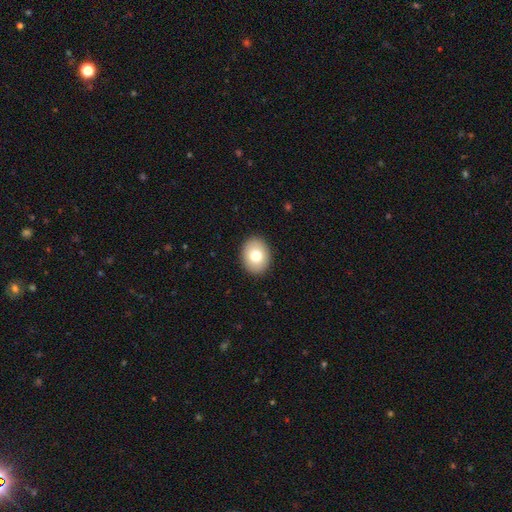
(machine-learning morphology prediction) Smooth or featured?
  - smooth: 77% *
  - featured or disk: 14%
  - star or artifact: 8%
How rounded?
  - in between: 56% *
  - round: 43%
  - cigar-shaped: 1%
Merging?
  - none: 91% *
  - minor disturbance: 6%
  - major disturbance: 2%
  - merger: 1%